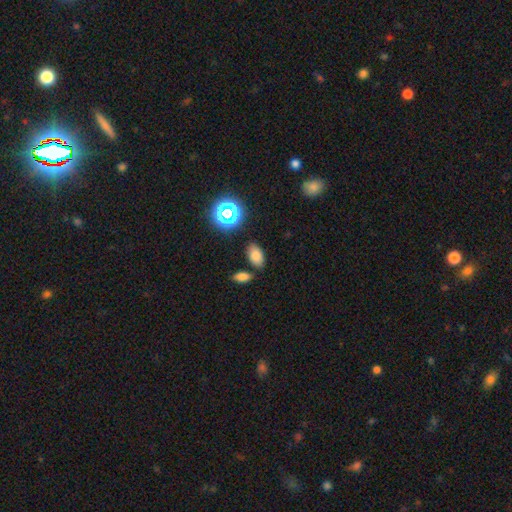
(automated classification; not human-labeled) Smooth or featured: smooth — 77% (star or artifact — 16%)
How rounded: in between — 91% (round — 7%)
Merging: none — 79% (minor disturbance — 10%)